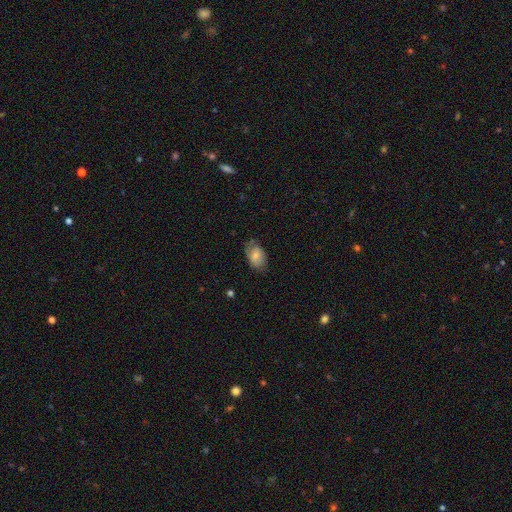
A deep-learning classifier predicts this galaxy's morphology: smooth-or-featured: smooth: 65% | featured or disk: 27% | star or artifact: 7%
  how-rounded: in between: 89% | round: 10% | cigar-shaped: 1%
  merging: none: 65% | minor disturbance: 26% | major disturbance: 8% | merger: 1%